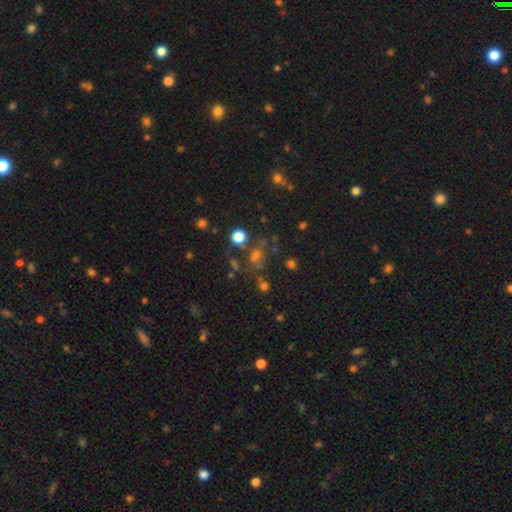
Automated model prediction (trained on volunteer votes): Morphology: type=smooth (49%); merging=none (60%).